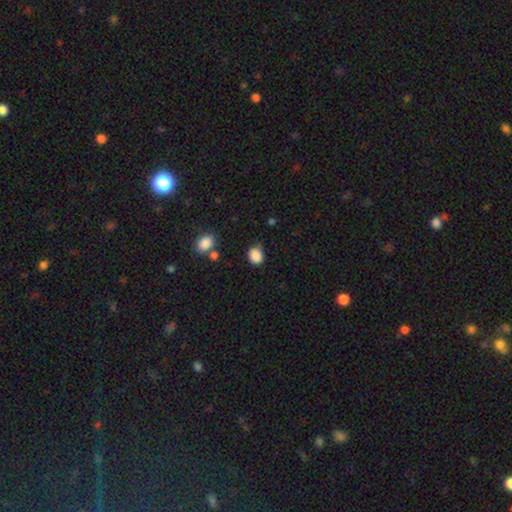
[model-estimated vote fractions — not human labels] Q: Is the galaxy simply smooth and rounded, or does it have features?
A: smooth — 88%.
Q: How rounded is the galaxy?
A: round — 52%.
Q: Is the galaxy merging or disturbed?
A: none — 72%.